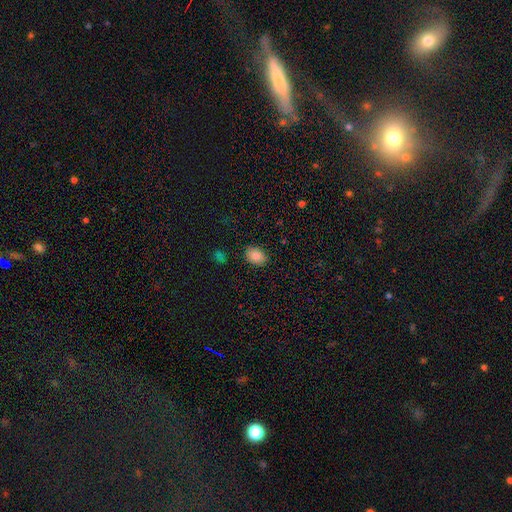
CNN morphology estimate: This is clearly a smooth galaxy (87%). How rounded: likely in between (75%). Merging: clearly none (85%).